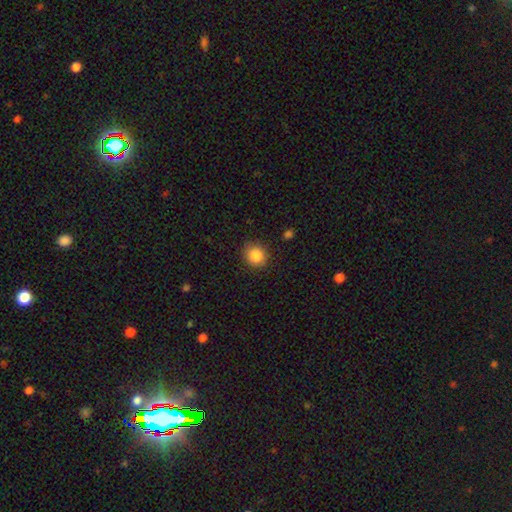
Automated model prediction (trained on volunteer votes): A smooth galaxy with no disk features (86%) that is round (85%). Merging: none (86%).